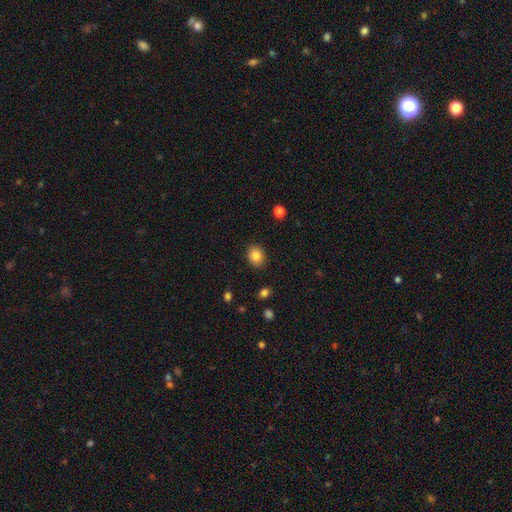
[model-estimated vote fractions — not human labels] smooth_or_featured: smooth (p=0.86) [alt: star or artifact p=0.09]
how_rounded: round (p=0.55) [alt: in between p=0.45]
merging: none (p=0.88) [alt: minor disturbance p=0.08]